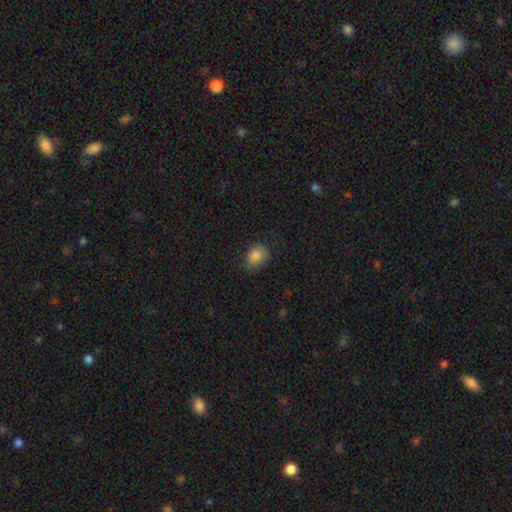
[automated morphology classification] Smooth or featured? smooth (86%)
How rounded? in between (61%)
Merging? none (68%)